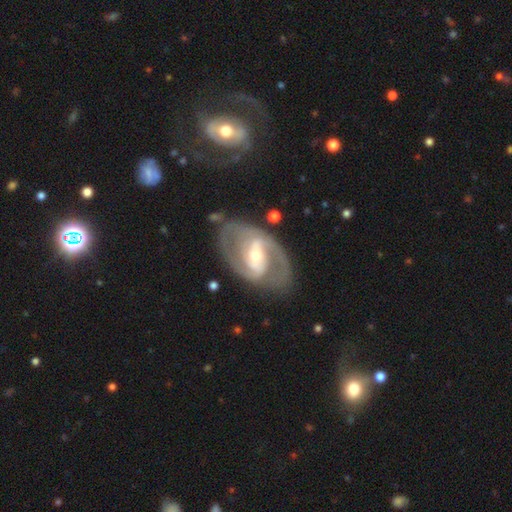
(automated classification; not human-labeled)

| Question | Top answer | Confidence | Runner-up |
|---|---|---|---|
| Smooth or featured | featured or disk | 88% | smooth (8%) |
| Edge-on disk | no | 96% | yes (4%) |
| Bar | strong | 45% | weak (38%) |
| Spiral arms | yes | 94% | no (6%) |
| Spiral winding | medium | 53% | tight (29%) |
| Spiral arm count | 2 | 85% | can't tell (6%) |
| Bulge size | moderate | 46% | tied: small (46%) |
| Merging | none | 75% | minor disturbance (15%) |